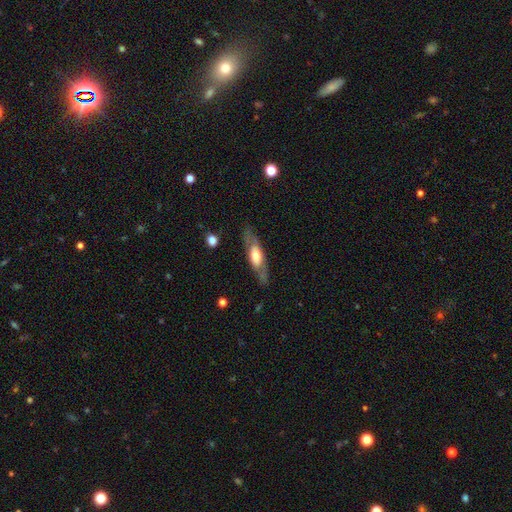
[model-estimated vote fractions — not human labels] The model was most divided on "edge-on disk": no: 55%, yes: 45%. More confident: merging — none (77%); smooth or featured — featured or disk (59%).